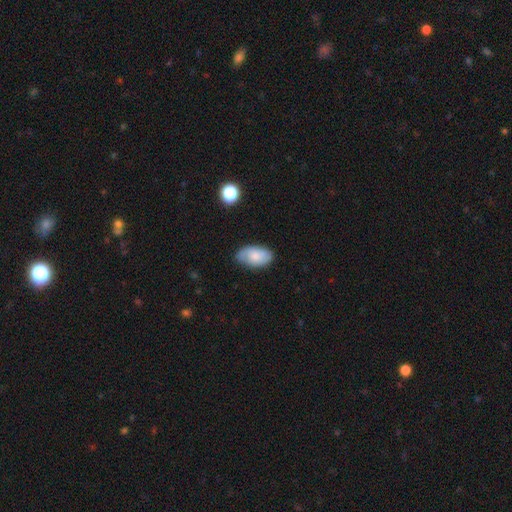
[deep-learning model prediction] A smooth galaxy with no disk features (66%) that is in between round and cigar-shaped (94%). Merging: none (74%).